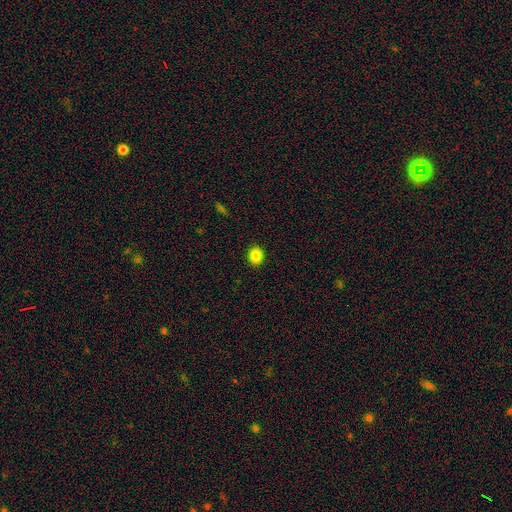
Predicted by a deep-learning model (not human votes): Morphology: type=smooth (84%); roundness=round (62%); merging=none (91%).